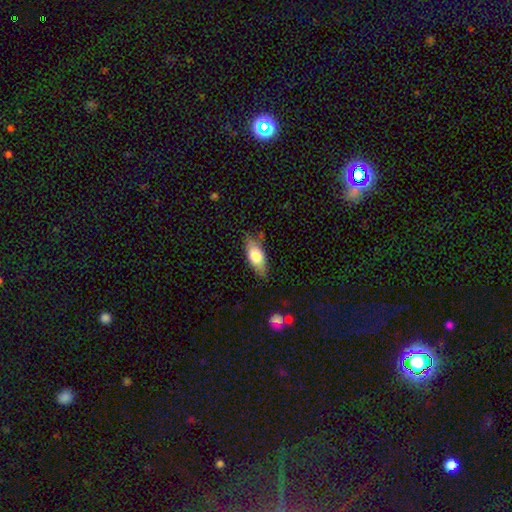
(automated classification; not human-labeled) Overall: smooth (70%). How rounded: in between (79%). Merging: none (74%).